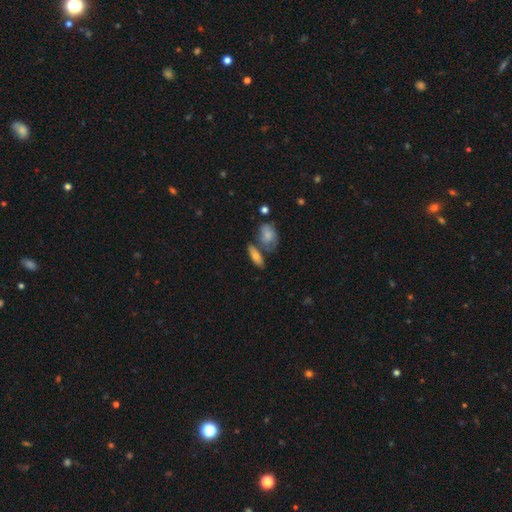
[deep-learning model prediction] Smooth or featured? smooth (69%)
How rounded? in between (62%)
Merging? none (57%)